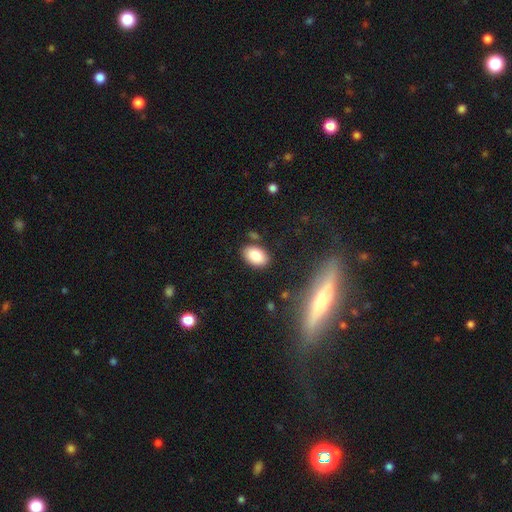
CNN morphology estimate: type=smooth (85%); roundness=in between (89%); merging=none (83%).